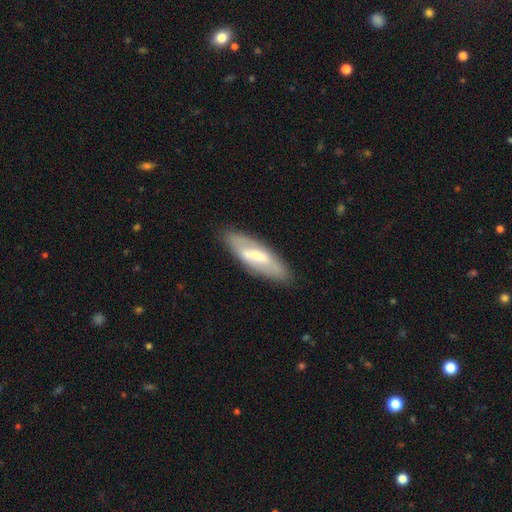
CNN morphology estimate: Overall: featured or disk (49%; smooth 45%). Merging: none (80%).